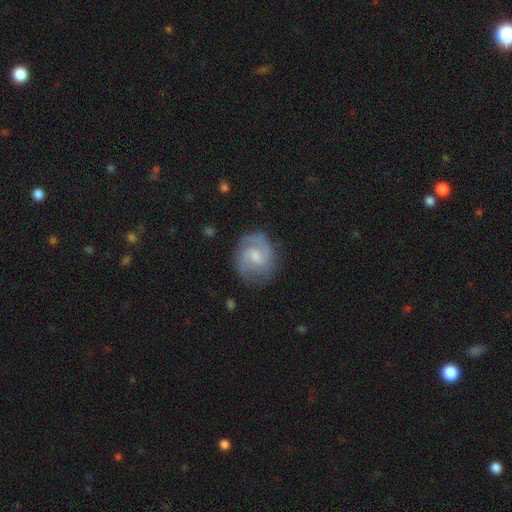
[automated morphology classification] A featured or disk galaxy (79%) with a weak bar (63%), 2 (71%) medium (51%) spiral arms (94%) and a small central bulge (46%).

Vote fractions:
- Smooth or featured? featured or disk: 79% / smooth: 16% / star or artifact: 5%
- Edge-on disk? no: 98% / yes: 2%
- Bar? weak: 63% / no: 24% / strong: 13%
- Spiral arms? yes: 94% / no: 6%
- Spiral winding? medium: 51% / tight: 30% / loose: 18%
- Spiral arm count? 2: 71% / can't tell: 11% / 3: 10% / 1: 3% / 4: 2% / more than 4: 2%
- Bulge size? small: 46% / moderate: 36% / none: 14% / large: 3% / dominant: 1%
- Merging? none: 74% / minor disturbance: 17% / major disturbance: 7% / merger: 1%